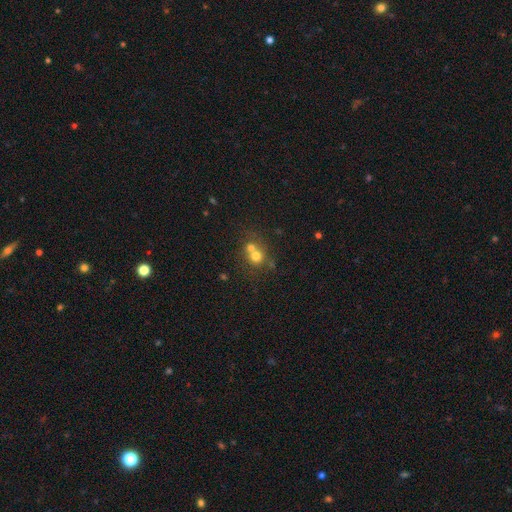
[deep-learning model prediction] The model was most divided on "merging": merger: 53%, none: 37%, minor disturbance: 6%, major disturbance: 3%. More confident: how rounded — round (83%); smooth or featured — smooth (69%).